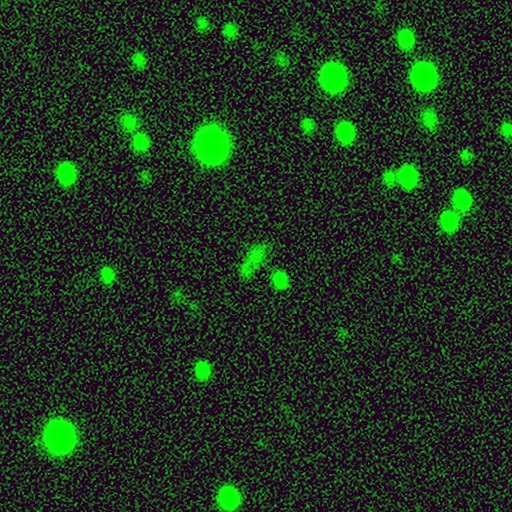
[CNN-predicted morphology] smooth-or-featured: star or artifact: 50% | smooth: 40% | featured or disk: 10%